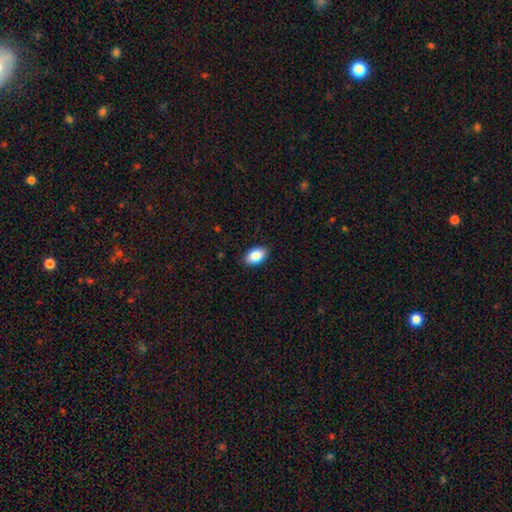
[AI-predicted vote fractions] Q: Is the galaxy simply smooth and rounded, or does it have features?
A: smooth — 87%.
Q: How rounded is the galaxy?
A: in between — 92%.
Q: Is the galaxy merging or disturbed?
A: none — 87%.